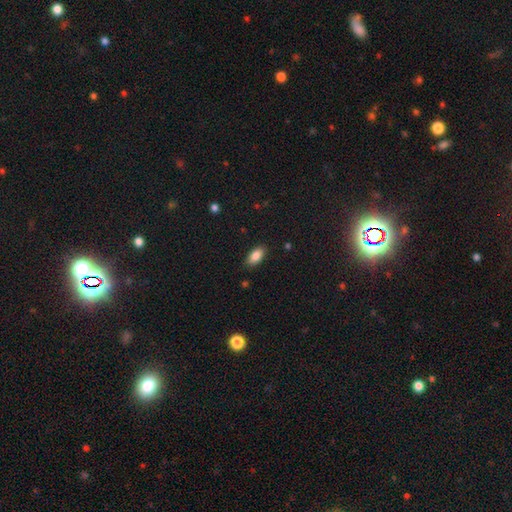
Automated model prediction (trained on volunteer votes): This appears to be a smooth galaxy with no disk features (87%) that is in between round and cigar-shaped (92%). Merging: none (85%).